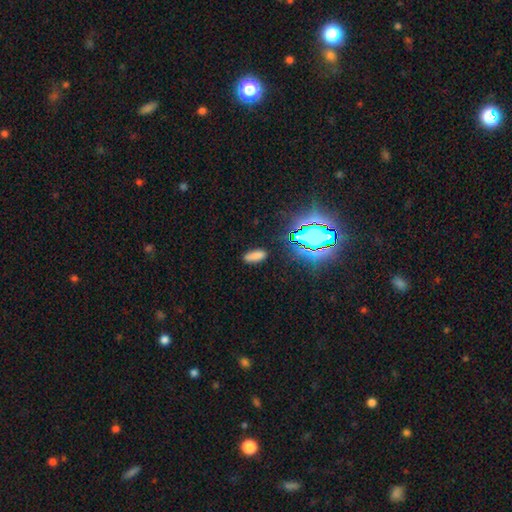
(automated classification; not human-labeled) smooth_or_featured: smooth (p=0.74) [alt: star or artifact p=0.19]
how_rounded: in between (p=0.79) [alt: cigar-shaped p=0.17]
merging: none (p=0.84) [alt: minor disturbance p=0.11]